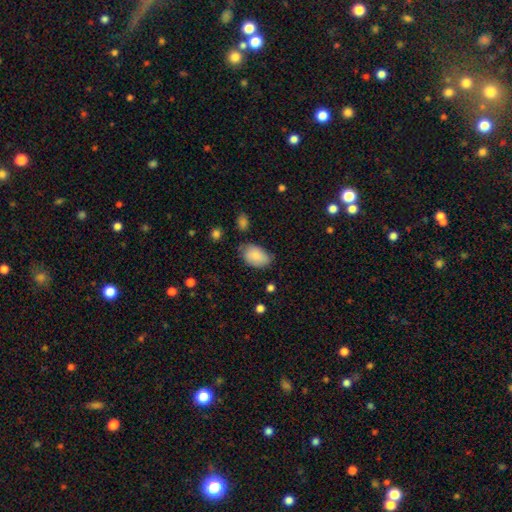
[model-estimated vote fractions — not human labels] Smooth or featured? Predicted: smooth (p=0.86). How rounded? Predicted: in between (p=0.90). Merging? Predicted: none (p=0.66).